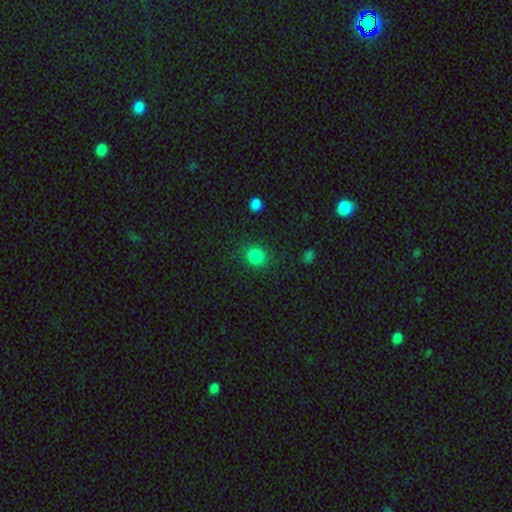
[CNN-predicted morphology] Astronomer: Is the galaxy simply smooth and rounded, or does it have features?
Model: smooth — 84%.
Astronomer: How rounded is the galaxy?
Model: round — 81%.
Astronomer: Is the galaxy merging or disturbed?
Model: none — 85%.